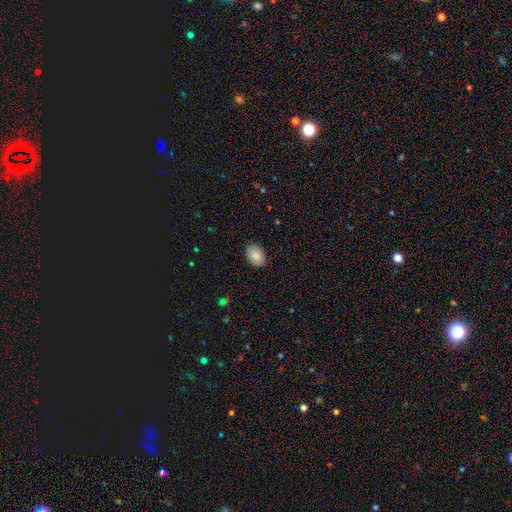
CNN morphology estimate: Smooth or featured? Predicted: smooth (p=0.85). How rounded? Predicted: in between (p=0.85). Merging? Predicted: none (p=0.89).